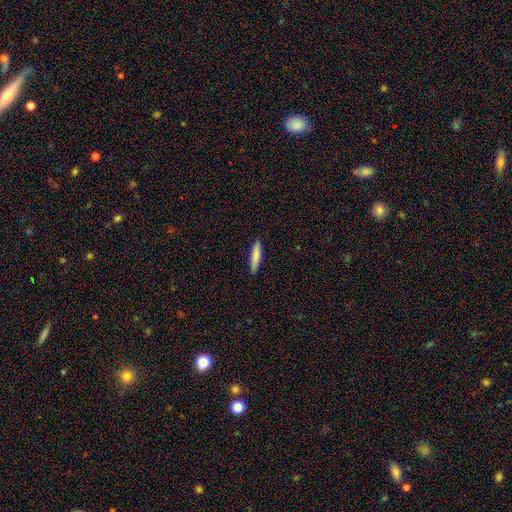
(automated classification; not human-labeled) Smooth or featured: smooth — 79% (featured or disk — 15%)
How rounded: cigar-shaped — 89% (in between — 9%)
Merging: none — 90% (minor disturbance — 7%)